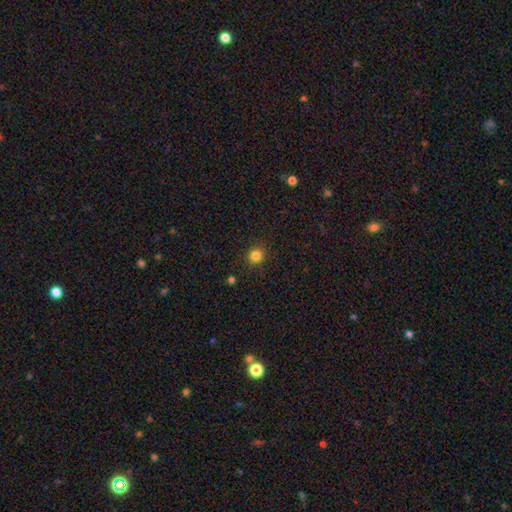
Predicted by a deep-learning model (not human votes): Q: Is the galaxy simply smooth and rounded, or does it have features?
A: smooth — 83%.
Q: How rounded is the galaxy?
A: round — 91%.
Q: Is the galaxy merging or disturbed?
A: none — 91%.